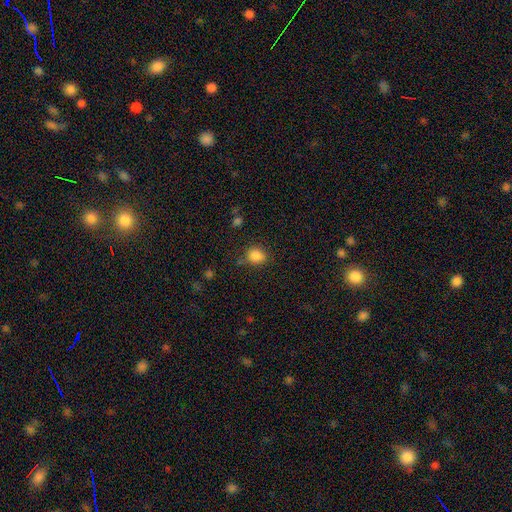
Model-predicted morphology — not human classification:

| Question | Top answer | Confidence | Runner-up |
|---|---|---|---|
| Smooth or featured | smooth | 85% | star or artifact (11%) |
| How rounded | round | 62% | in between (37%) |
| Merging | none | 74% | minor disturbance (17%) |